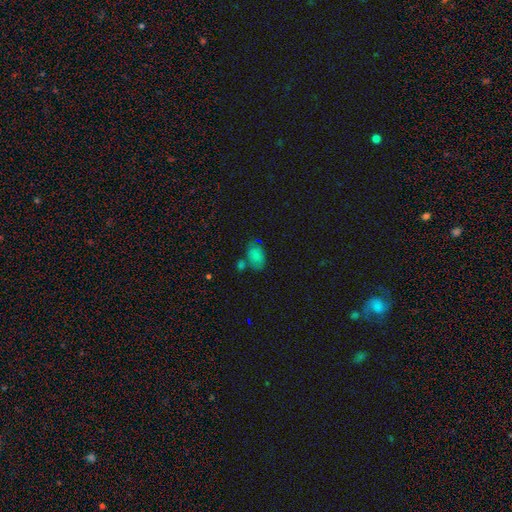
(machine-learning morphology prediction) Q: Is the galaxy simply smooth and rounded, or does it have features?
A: smooth — 77%.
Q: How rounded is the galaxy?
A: in between — 88%.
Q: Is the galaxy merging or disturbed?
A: none — 54%.